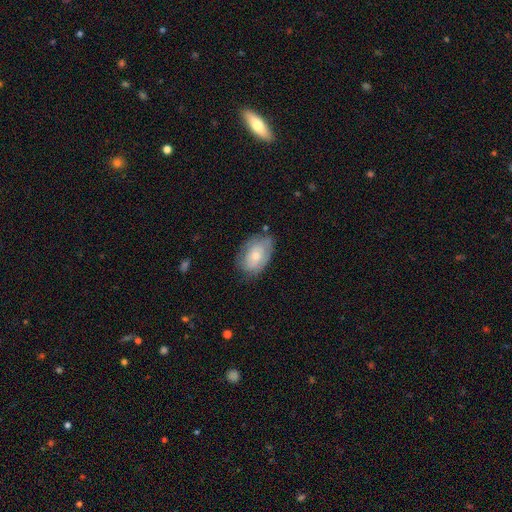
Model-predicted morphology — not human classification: Smooth or featured? Predicted: smooth (p=0.55). How rounded? Predicted: in between (p=0.87). Merging? Predicted: none (p=0.65).